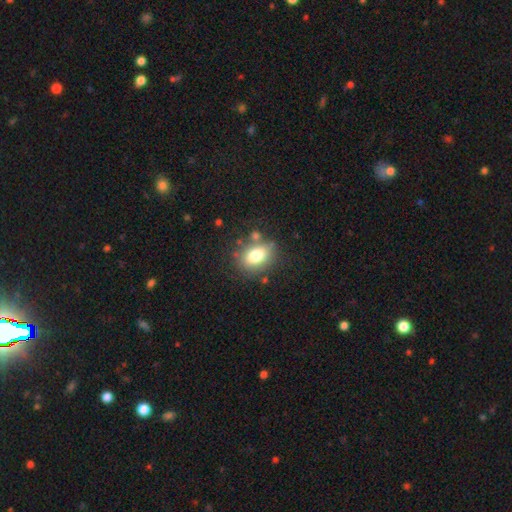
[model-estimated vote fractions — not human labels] Q: Smooth or featured?
A: smooth (77%); runner-up: featured or disk (13%)
Q: How rounded?
A: in between (72%); runner-up: round (26%)
Q: Merging?
A: none (75%); runner-up: minor disturbance (14%)